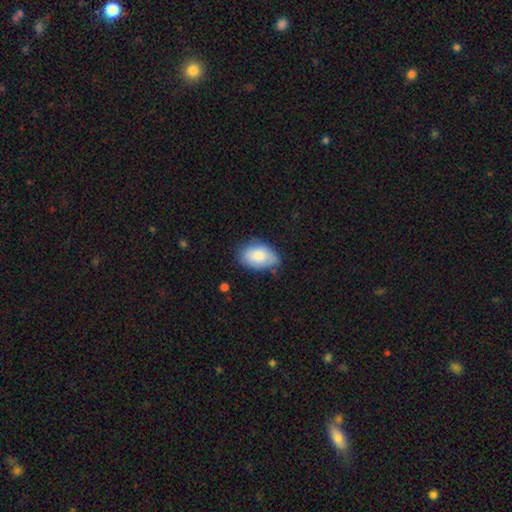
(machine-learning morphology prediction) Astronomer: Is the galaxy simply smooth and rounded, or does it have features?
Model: smooth — 79%.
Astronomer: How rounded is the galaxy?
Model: in between — 90%.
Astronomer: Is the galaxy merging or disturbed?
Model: none — 67%.